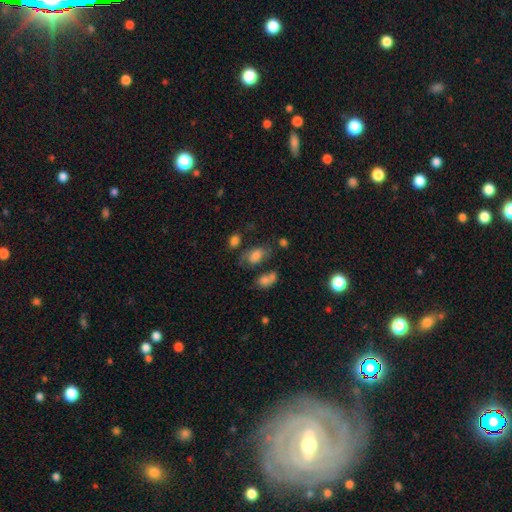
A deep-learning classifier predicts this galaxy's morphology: Smooth or featured?
  - smooth: 62% *
  - featured or disk: 25%
  - star or artifact: 13%
How rounded?
  - in between: 86% *
  - round: 11%
  - cigar-shaped: 3%
Merging?
  - none: 49% *
  - minor disturbance: 21%
  - merger: 15%
  - major disturbance: 15%